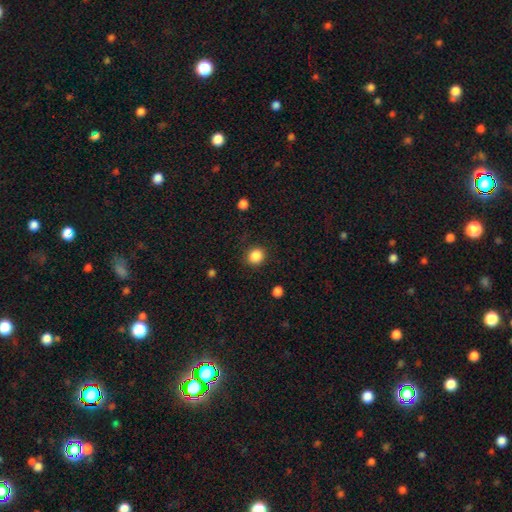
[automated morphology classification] The model was most divided on "how rounded": round: 80%, in between: 20%, cigar-shaped: 1%. More confident: merging — none (87%); smooth or featured — smooth (86%).